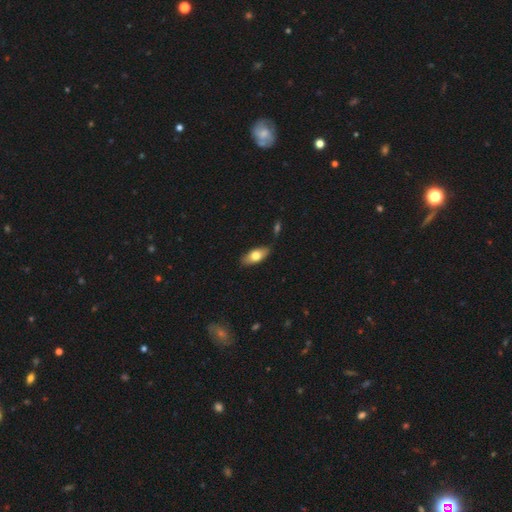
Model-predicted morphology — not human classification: This appears to be a smooth galaxy with no disk features (67%) that is in between round and cigar-shaped (81%). Merging: none (84%).